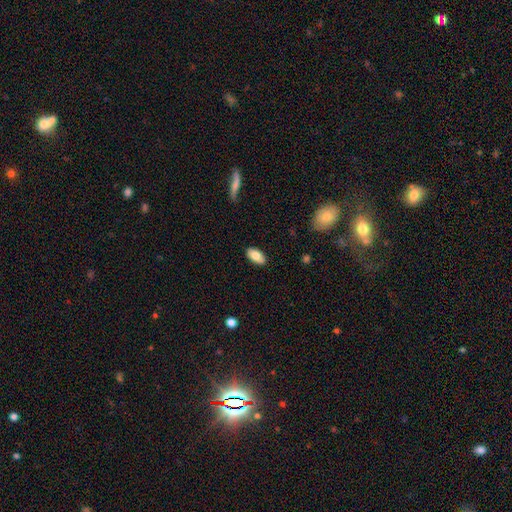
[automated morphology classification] Smooth or featured: smooth — 82% (featured or disk — 12%)
How rounded: in between — 93% (cigar-shaped — 5%)
Merging: none — 87% (minor disturbance — 10%)